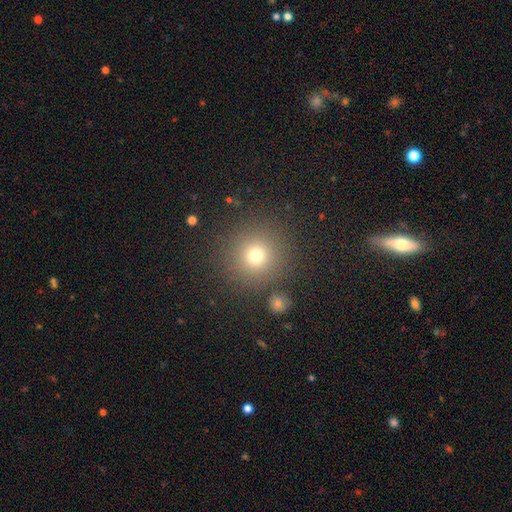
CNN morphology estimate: The model was most divided on "smooth or featured": smooth: 73%, star or artifact: 18%, featured or disk: 9%. More confident: how rounded — round (94%); merging — none (87%).